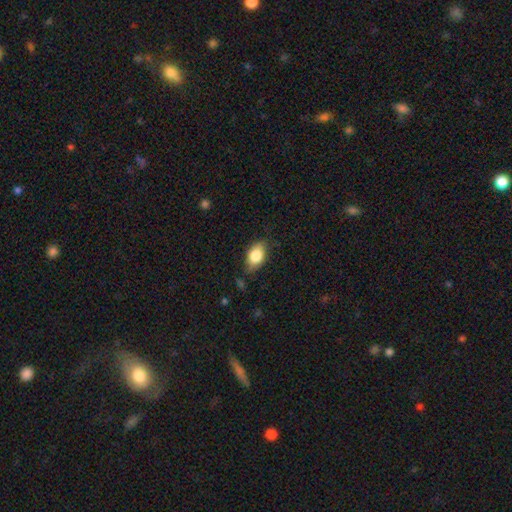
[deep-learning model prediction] Smooth or featured: smooth — 81% (featured or disk — 12%)
How rounded: in between — 89% (round — 9%)
Merging: none — 76% (minor disturbance — 19%)